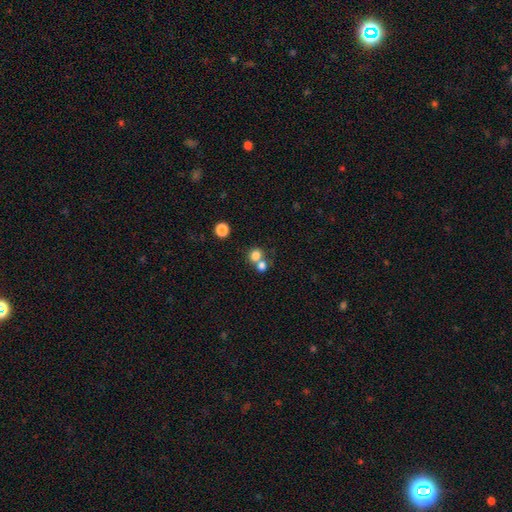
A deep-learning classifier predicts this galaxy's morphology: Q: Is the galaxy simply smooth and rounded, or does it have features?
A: smooth — 79%.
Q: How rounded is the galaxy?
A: round — 74%.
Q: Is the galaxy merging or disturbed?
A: merger — 47%.